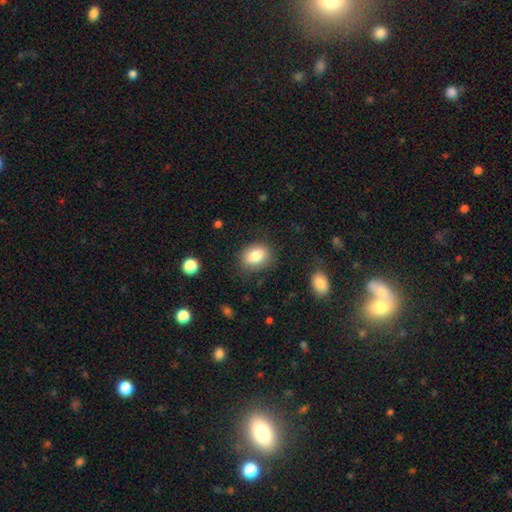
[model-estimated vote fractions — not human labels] A smooth galaxy with no disk features (82%) that is in between round and cigar-shaped (63%). Merging: none (79%).